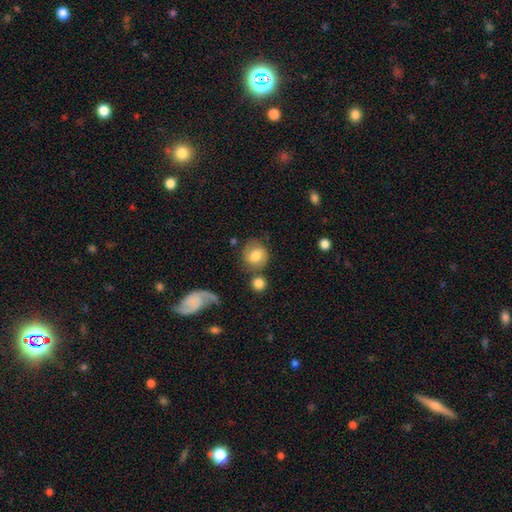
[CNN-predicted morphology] smooth 67%, featured or disk 25%, star or artifact 8%. Down the decision tree: how rounded — round (81%); merging — none (63%).